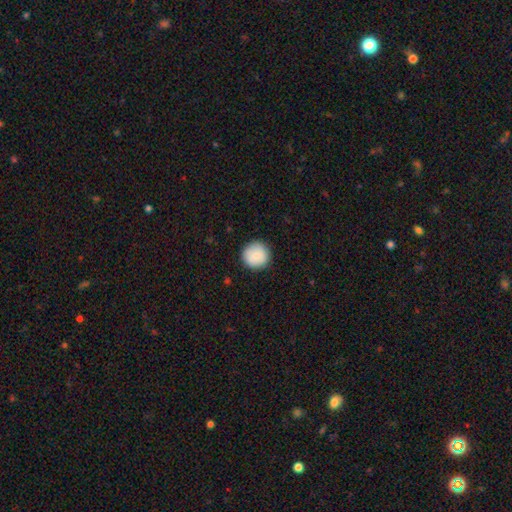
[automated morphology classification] smooth 87%, star or artifact 8%, featured or disk 6%. Down the decision tree: how rounded — round (95%); merging — none (90%).